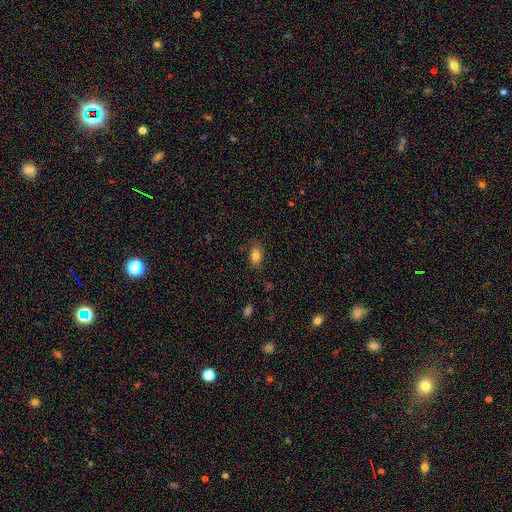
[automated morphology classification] smooth_or_featured: smooth (p=0.82) [alt: star or artifact p=0.10]
how_rounded: in between (p=0.79) [alt: round p=0.19]
merging: none (p=0.81) [alt: minor disturbance p=0.14]